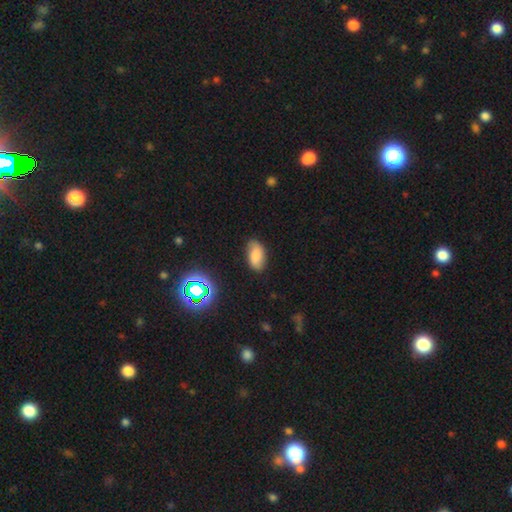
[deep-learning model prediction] Q: Smooth or featured?
A: smooth (71%); runner-up: featured or disk (17%)
Q: How rounded?
A: in between (92%); runner-up: round (5%)
Q: Merging?
A: none (78%); runner-up: minor disturbance (17%)